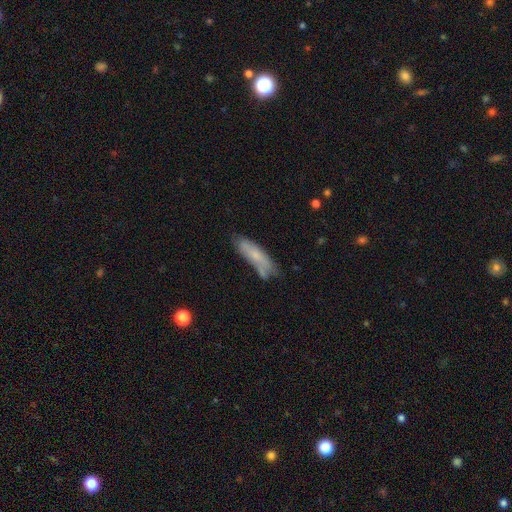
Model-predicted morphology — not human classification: smooth 66%, featured or disk 27%, star or artifact 8%. Down the decision tree: how rounded — cigar-shaped (60%); merging — none (58%).